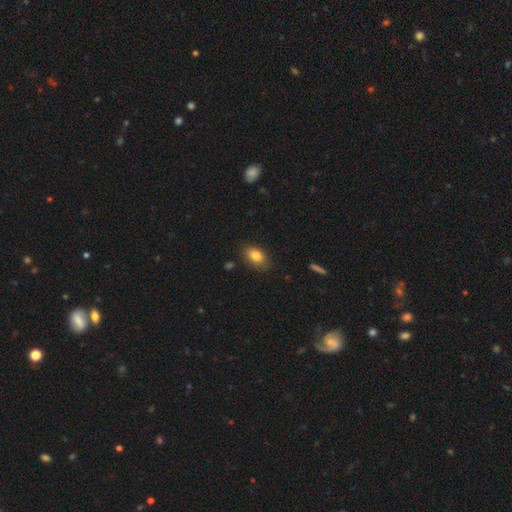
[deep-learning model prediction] Smooth or featured?
  - smooth: 84% *
  - featured or disk: 8%
  - star or artifact: 8%
How rounded?
  - in between: 88% *
  - round: 10%
  - cigar-shaped: 2%
Merging?
  - none: 83% *
  - minor disturbance: 13%
  - major disturbance: 3%
  - merger: 1%